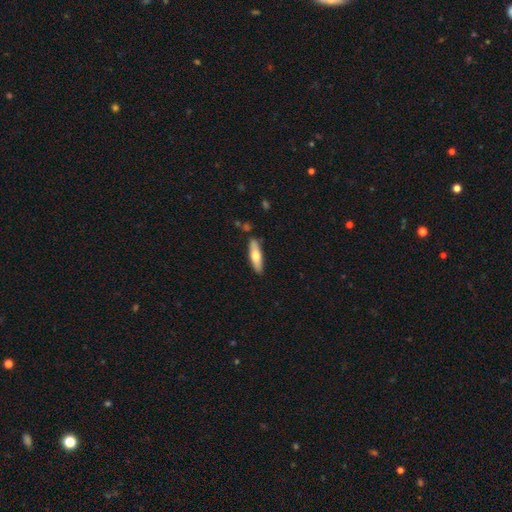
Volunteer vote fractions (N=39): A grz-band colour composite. It shows a smooth galaxy with no disk features (51%) that is cigar-shaped (75%). Merging: none (92%).